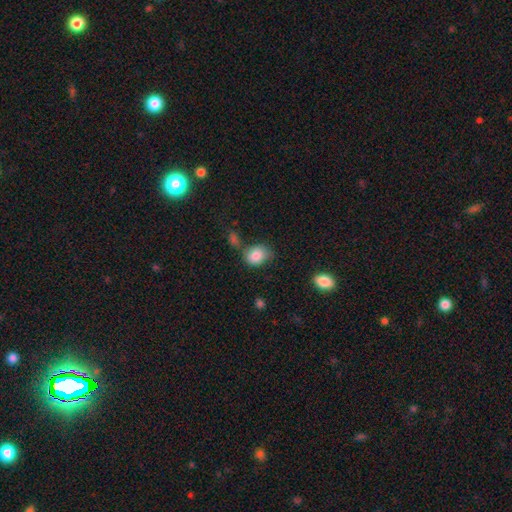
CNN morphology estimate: Smooth or featured? smooth (84%)
How rounded? in between (55%)
Merging? none (55%)